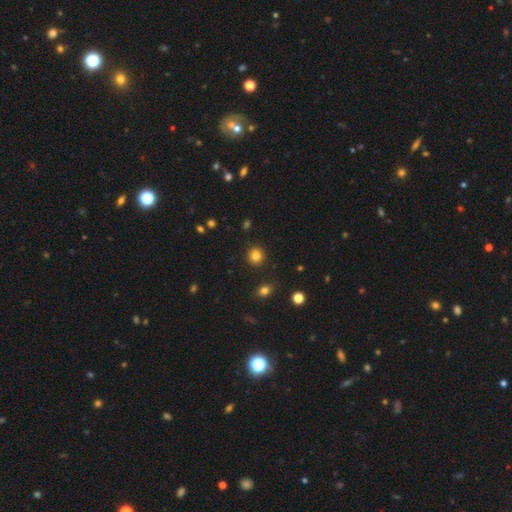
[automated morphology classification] The model was most divided on "smooth or featured": smooth: 83%, star or artifact: 12%, featured or disk: 5%. More confident: merging — none (90%); how rounded — round (88%).